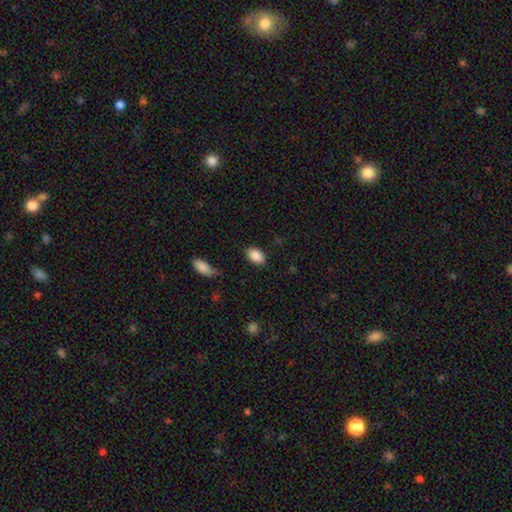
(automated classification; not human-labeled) Smooth or featured? Predicted: smooth (p=0.89). How rounded? Predicted: in between (p=0.90). Merging? Predicted: none (p=0.84).